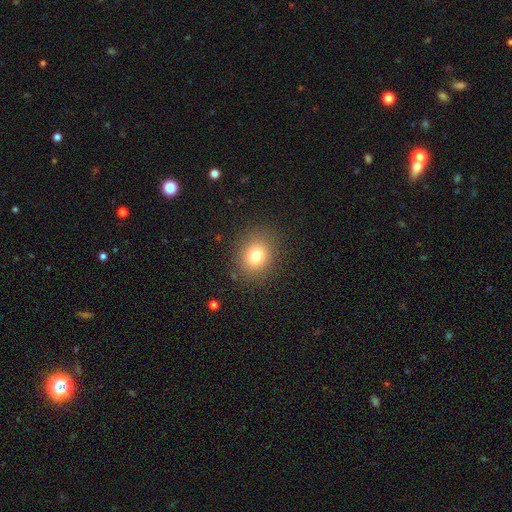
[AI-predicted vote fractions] smooth 77%, star or artifact 13%, featured or disk 10%. Down the decision tree: how rounded — round (68%); merging — none (86%).